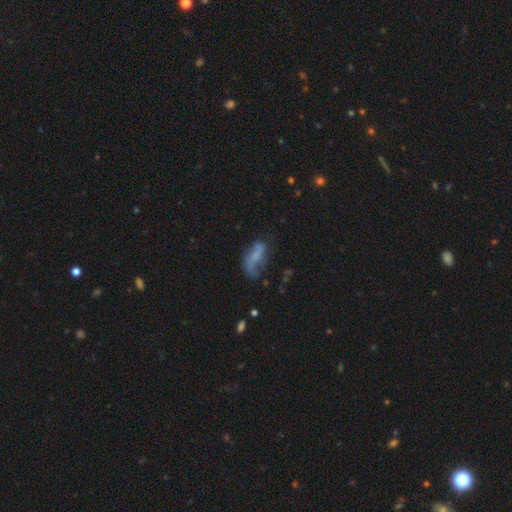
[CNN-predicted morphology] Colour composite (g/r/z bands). It shows a smooth galaxy with no disk features (47%). Merging: none (37%).